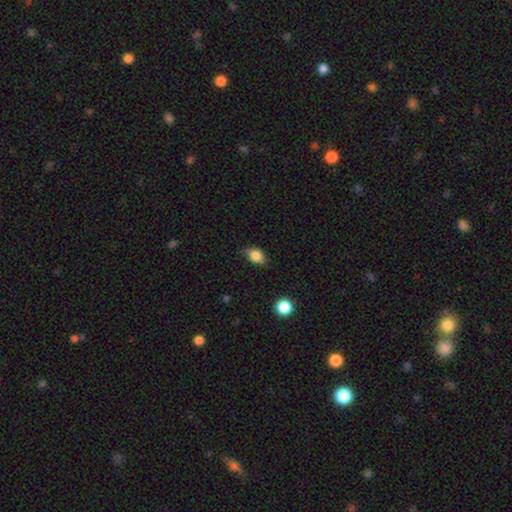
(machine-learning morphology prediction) This appears to be a smooth galaxy with no disk features (81%) that is in between round and cigar-shaped (71%). Merging: none (71%).